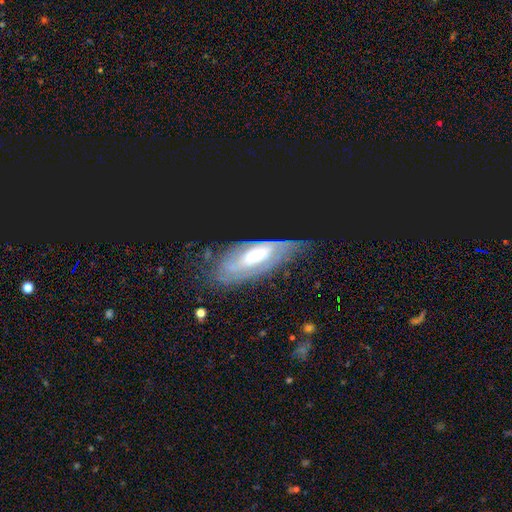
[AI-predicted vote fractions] The model was most divided on "bar": no: 47%, weak: 37%, strong: 16%. More confident: spiral arms — yes (75%); edge-on disk — no (73%); smooth or featured — featured or disk (72%); merging — none (60%); bulge size — moderate (60%).